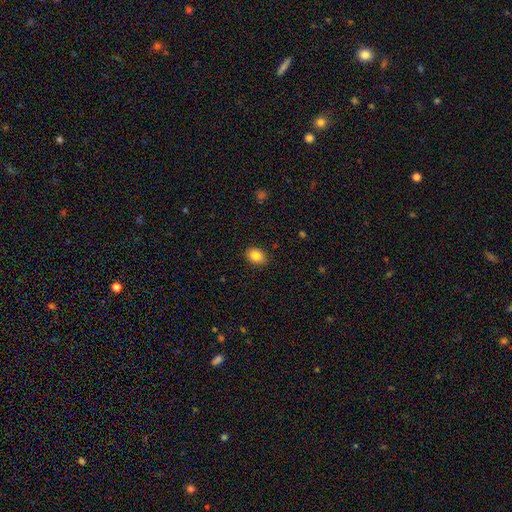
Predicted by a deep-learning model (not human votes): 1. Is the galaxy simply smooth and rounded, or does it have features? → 85% smooth, 9% star or artifact, 6% featured or disk.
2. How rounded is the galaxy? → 68% in between, 31% round, 1% cigar-shaped.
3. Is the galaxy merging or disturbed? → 88% none, 9% minor disturbance, 2% major disturbance, 1% merger.